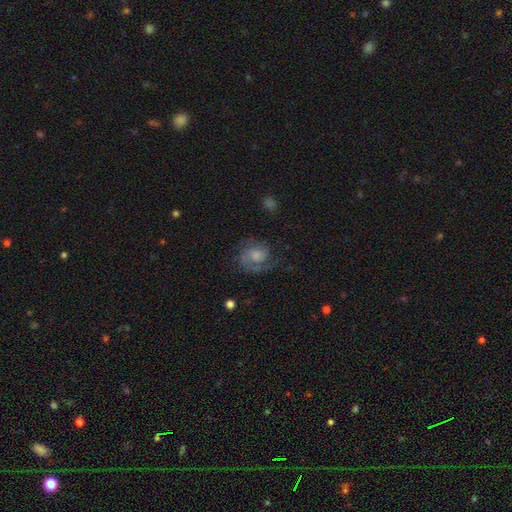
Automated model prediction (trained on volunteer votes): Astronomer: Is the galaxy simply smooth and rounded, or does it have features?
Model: featured or disk — 74%.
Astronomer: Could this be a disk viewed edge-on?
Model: no — 98%.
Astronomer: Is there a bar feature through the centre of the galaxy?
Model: no — 67%.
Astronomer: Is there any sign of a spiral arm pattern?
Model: yes — 94%.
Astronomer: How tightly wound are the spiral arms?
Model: medium — 43% (runner-up: tight, 39%).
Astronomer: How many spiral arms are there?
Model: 2 — 52% (runner-up: 1, 31%).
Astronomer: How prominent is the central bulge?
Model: moderate — 38% (runner-up: small, 33%).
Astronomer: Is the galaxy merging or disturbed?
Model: none — 62%.